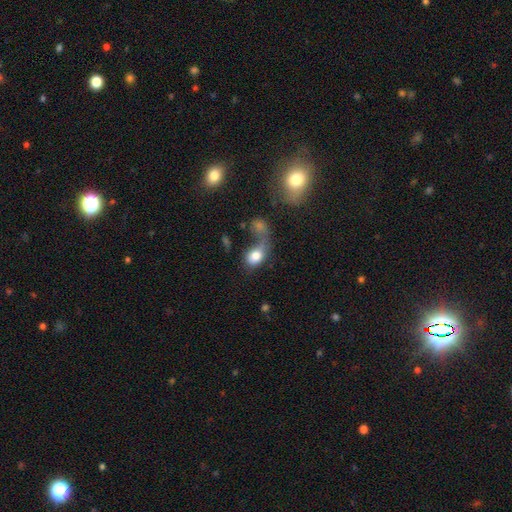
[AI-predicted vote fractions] This appears to be a smooth galaxy with no disk features (75%) that is in between round and cigar-shaped (69%). Merging: merger (37%).